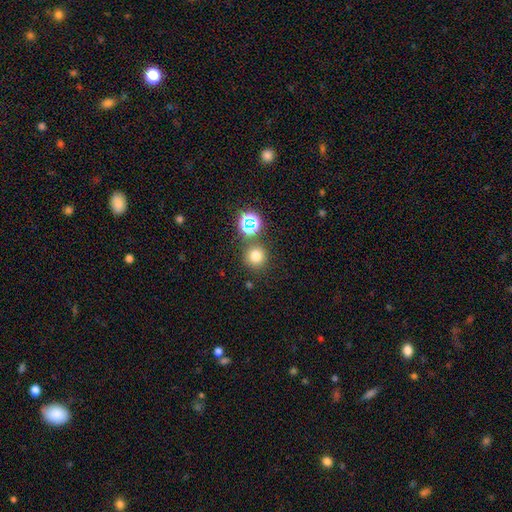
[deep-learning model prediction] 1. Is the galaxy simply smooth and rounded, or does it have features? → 73% smooth, 20% star or artifact, 7% featured or disk.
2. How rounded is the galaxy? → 94% round, 5% in between, 1% cigar-shaped.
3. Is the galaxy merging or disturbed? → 80% none, 10% merger, 7% minor disturbance, 3% major disturbance.